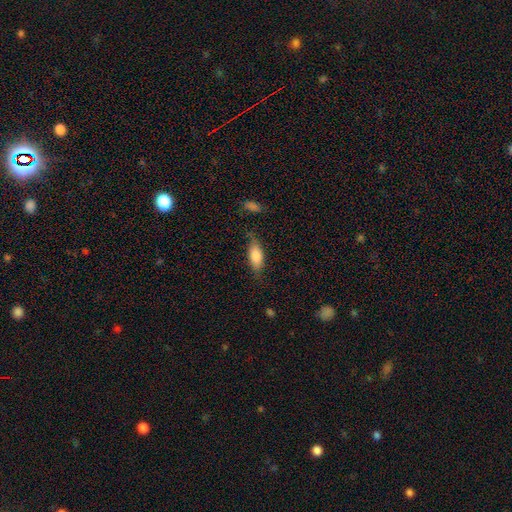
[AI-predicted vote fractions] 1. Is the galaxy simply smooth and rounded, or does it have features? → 78% smooth, 16% featured or disk, 6% star or artifact.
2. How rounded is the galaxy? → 76% in between, 22% cigar-shaped, 2% round.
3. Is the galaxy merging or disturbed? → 68% none, 24% minor disturbance, 6% major disturbance, 2% merger.